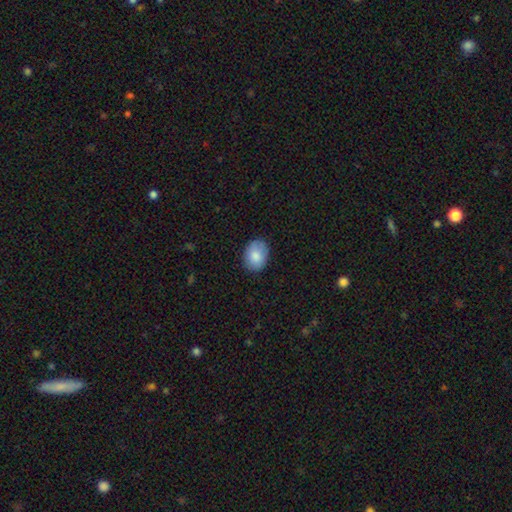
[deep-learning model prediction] Smooth or featured: smooth — 84% (featured or disk — 9%)
How rounded: in between — 66% (round — 33%)
Merging: none — 84% (minor disturbance — 13%)